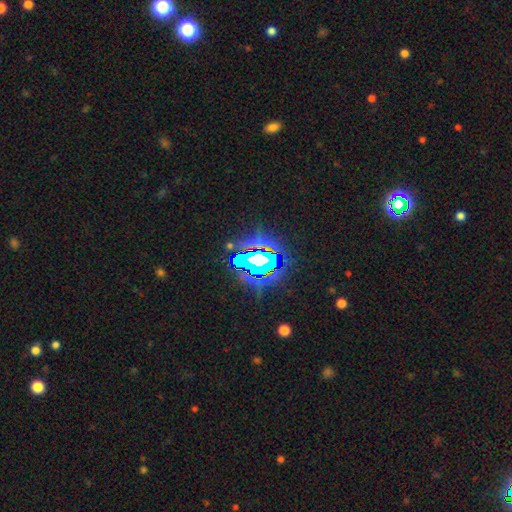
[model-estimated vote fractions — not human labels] This is likely a star or artifact rather than a galaxy (76%).